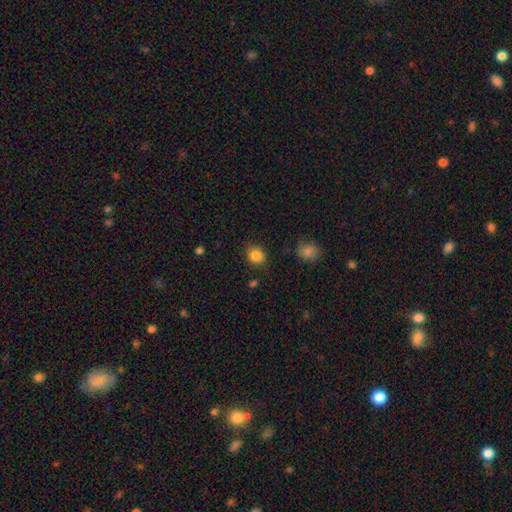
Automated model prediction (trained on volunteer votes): smooth 86%, star or artifact 10%, featured or disk 4%. Down the decision tree: how rounded — round (69%); merging — none (83%).